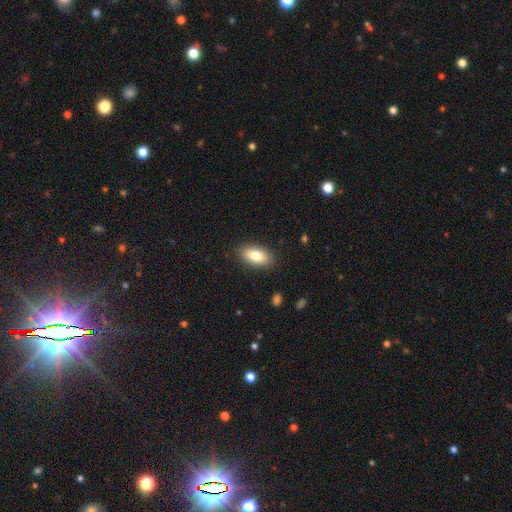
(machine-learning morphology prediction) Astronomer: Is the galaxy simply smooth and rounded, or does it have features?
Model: smooth — 82%.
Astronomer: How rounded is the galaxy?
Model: in between — 90%.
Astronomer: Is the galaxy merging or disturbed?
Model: none — 88%.